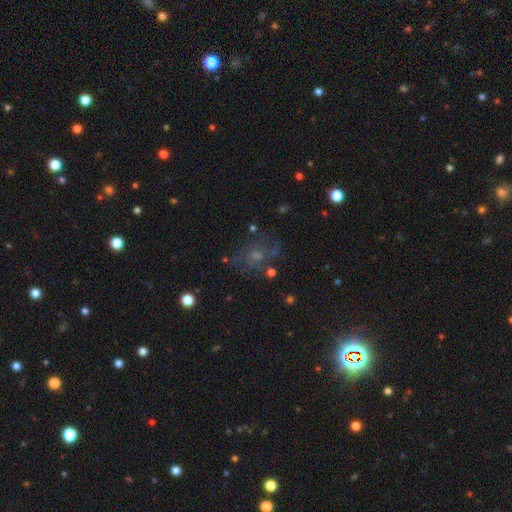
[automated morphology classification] This appears to be a featured or disk galaxy (43%). Merging: none (56%).